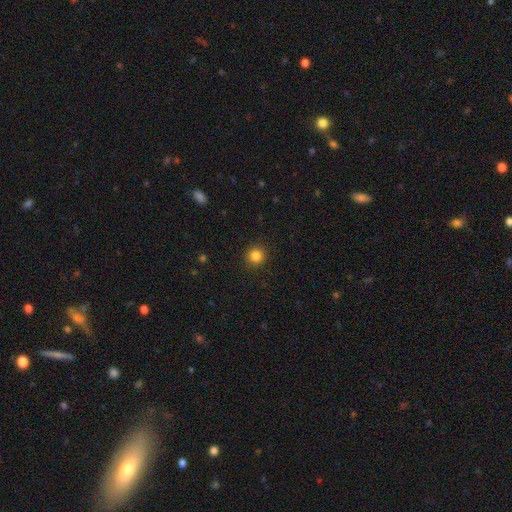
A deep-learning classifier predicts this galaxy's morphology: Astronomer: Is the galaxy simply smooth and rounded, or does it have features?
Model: smooth — 84%.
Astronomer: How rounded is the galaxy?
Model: round — 93%.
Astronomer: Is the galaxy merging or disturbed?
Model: none — 92%.